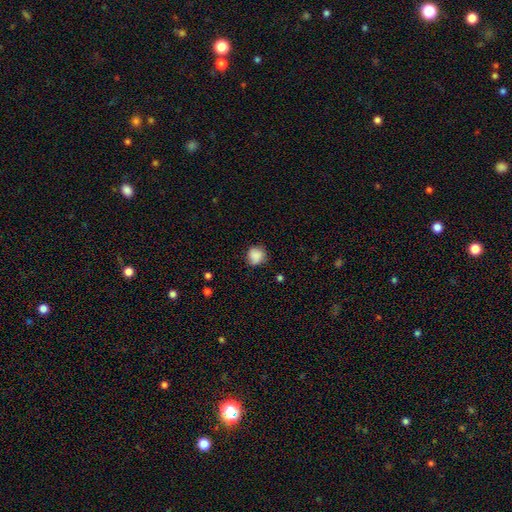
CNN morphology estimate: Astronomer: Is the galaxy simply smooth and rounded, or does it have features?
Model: smooth — 84%.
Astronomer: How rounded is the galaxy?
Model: round — 84%.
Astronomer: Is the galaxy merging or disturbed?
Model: none — 71%.